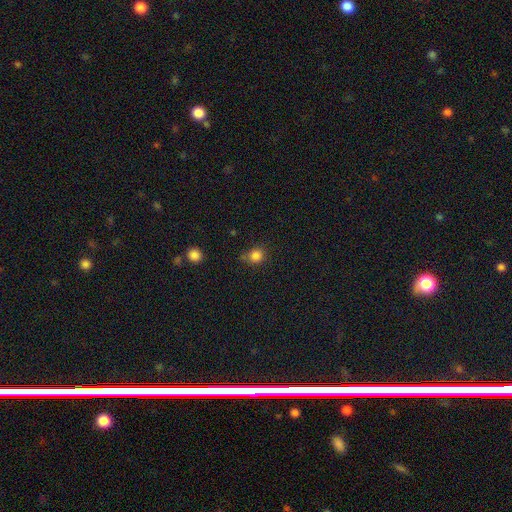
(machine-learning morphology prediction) This is clearly a smooth galaxy (83%). How rounded: clearly round (84%). Merging: likely none (68%).